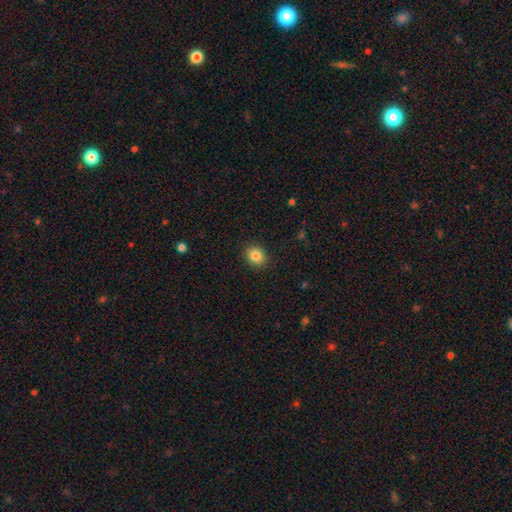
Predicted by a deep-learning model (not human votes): smooth 84%, star or artifact 10%, featured or disk 6%. Down the decision tree: how rounded — round (58%); merging — none (90%).